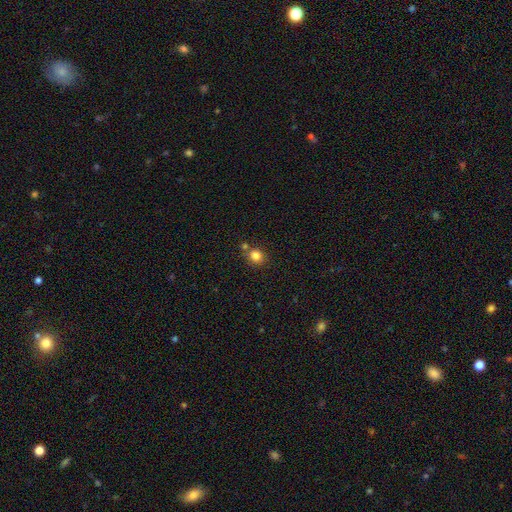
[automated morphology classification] type=smooth (83%); roundness=round (80%); merging=none (67%).